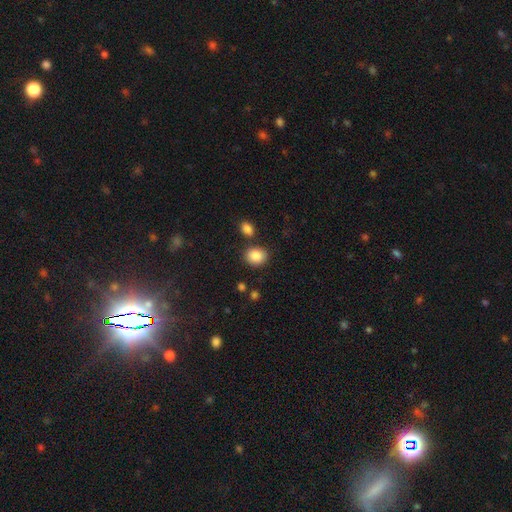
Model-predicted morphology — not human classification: The model was most divided on "how rounded": round: 63%, in between: 36%, cigar-shaped: 1%. More confident: smooth or featured — smooth (87%); merging — none (78%).